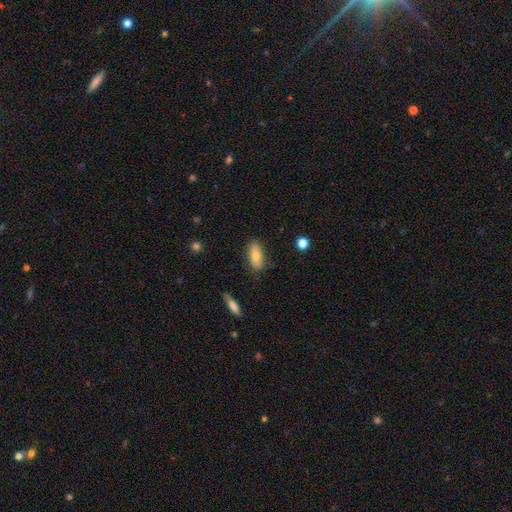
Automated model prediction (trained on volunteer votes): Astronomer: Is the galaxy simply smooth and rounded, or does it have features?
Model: smooth — 73%.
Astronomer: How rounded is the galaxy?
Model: in between — 87%.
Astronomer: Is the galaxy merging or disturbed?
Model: none — 81%.